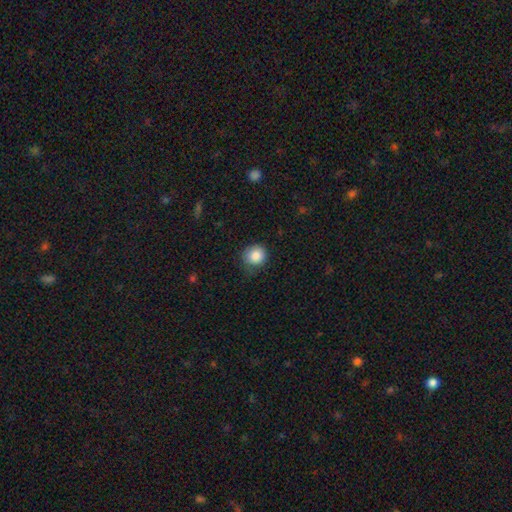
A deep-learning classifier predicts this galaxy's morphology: type=smooth (86%); roundness=round (85%); merging=none (69%).